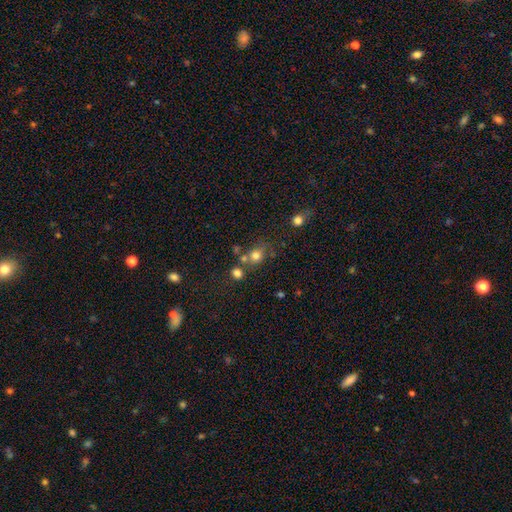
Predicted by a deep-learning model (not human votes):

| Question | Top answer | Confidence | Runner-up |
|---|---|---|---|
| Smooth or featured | smooth | 74% | star or artifact (16%) |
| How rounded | round | 77% | in between (22%) |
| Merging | none | 57% | merger (23%) |